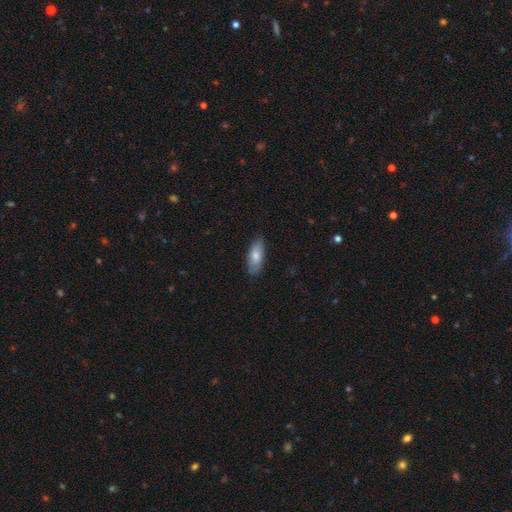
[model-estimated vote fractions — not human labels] The model was most divided on "smooth or featured": smooth: 76%, featured or disk: 18%, star or artifact: 6%. More confident: merging — none (83%); how rounded — in between (79%).